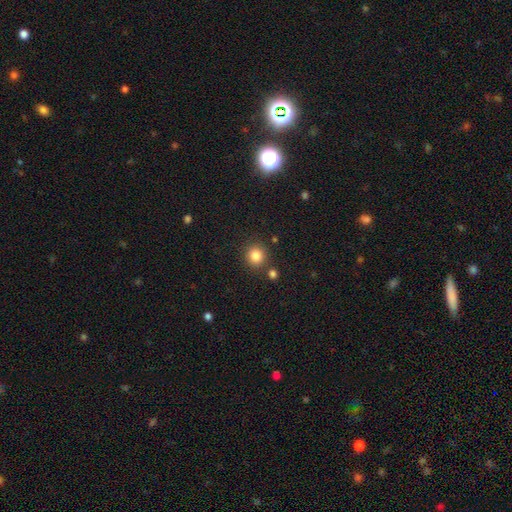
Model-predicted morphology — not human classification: type=smooth (84%); roundness=round (89%); merging=none (83%).